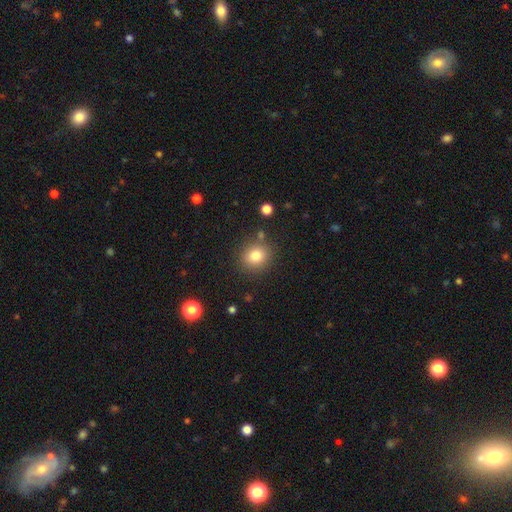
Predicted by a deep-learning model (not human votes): Smooth or featured?
  - smooth: 80% *
  - star or artifact: 12%
  - featured or disk: 8%
How rounded?
  - round: 80% *
  - in between: 19%
  - cigar-shaped: 1%
Merging?
  - none: 82% *
  - minor disturbance: 10%
  - merger: 5%
  - major disturbance: 3%